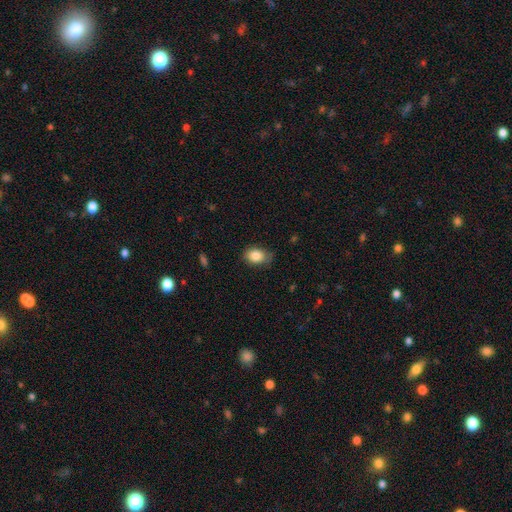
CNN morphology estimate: Smooth or featured: smooth — 85% (star or artifact — 8%)
How rounded: in between — 74% (round — 25%)
Merging: none — 68% (minor disturbance — 26%)